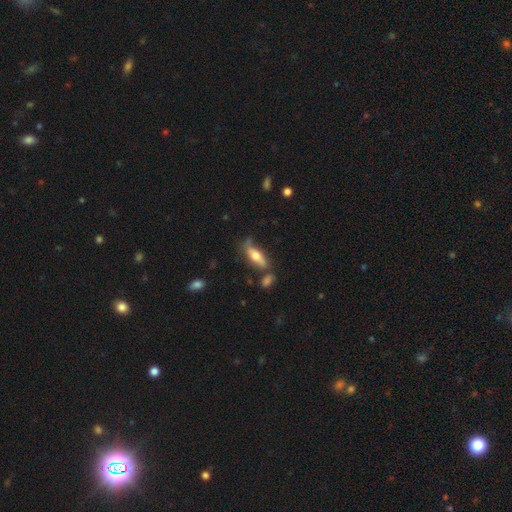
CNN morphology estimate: A smooth galaxy with no disk features (57%) that is in between round and cigar-shaped (55%).

Vote fractions:
- Smooth or featured? smooth: 57% / featured or disk: 36% / star or artifact: 7%
- How rounded? in between: 55% / cigar-shaped: 43% / round: 2%
- Merging? none: 60% / minor disturbance: 21% / merger: 12% / major disturbance: 7%